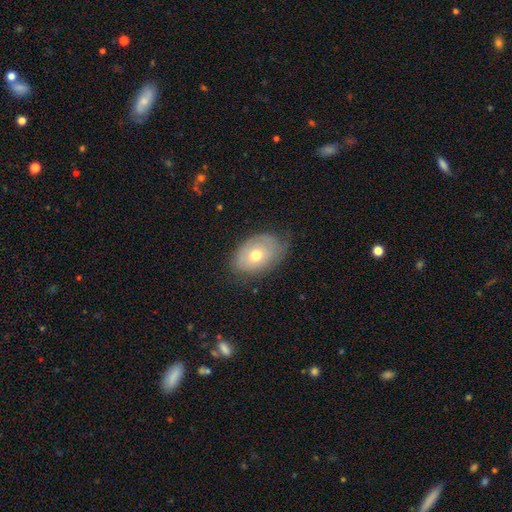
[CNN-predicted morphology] A smooth galaxy with no disk features (51%) that is in between round and cigar-shaped (83%).

Vote fractions:
- Smooth or featured? smooth: 51% / featured or disk: 41% / star or artifact: 8%
- How rounded? in between: 83% / round: 16% / cigar-shaped: 1%
- Merging? none: 64% / minor disturbance: 27% / major disturbance: 8% / merger: 1%